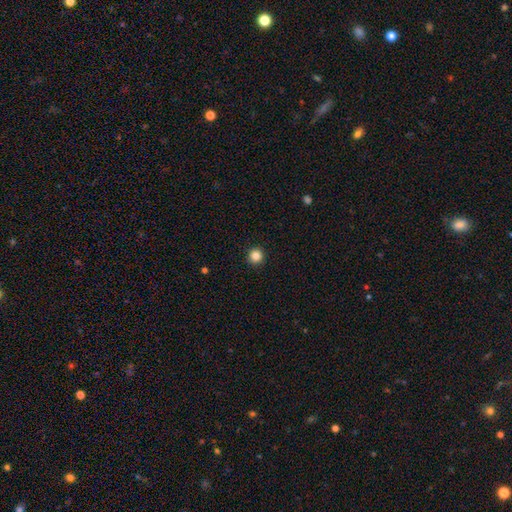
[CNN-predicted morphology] Overall: smooth (85%). How rounded: round (95%). Merging: none (93%).